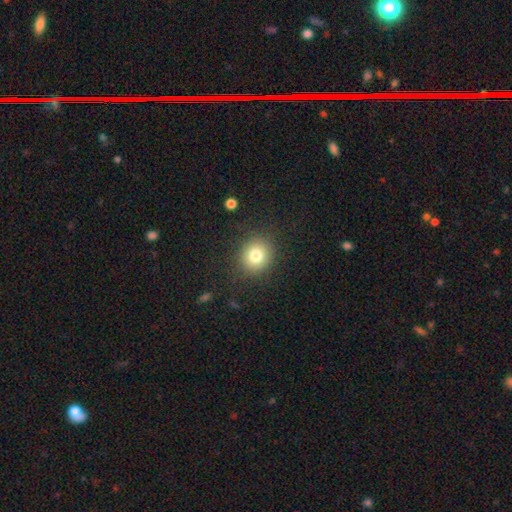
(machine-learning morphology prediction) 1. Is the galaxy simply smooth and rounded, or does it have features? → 79% smooth, 12% star or artifact, 9% featured or disk.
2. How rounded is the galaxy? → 82% round, 17% in between, 1% cigar-shaped.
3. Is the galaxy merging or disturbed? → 88% none, 8% minor disturbance, 3% major disturbance, 1% merger.